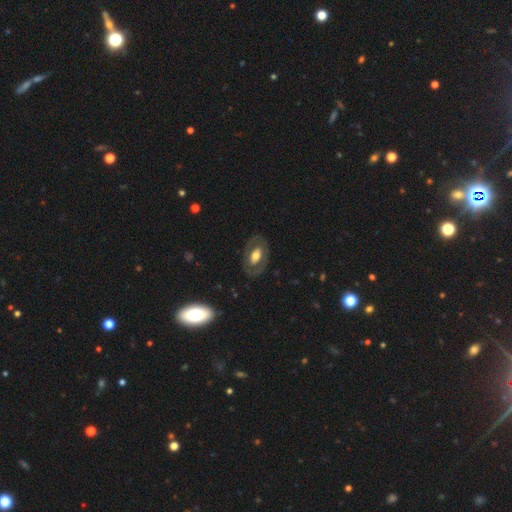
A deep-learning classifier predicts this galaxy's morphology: This is possibly a featured or disk galaxy (51%). It is clearly not viewed edge-on (91%). Merging: likely none (78%).